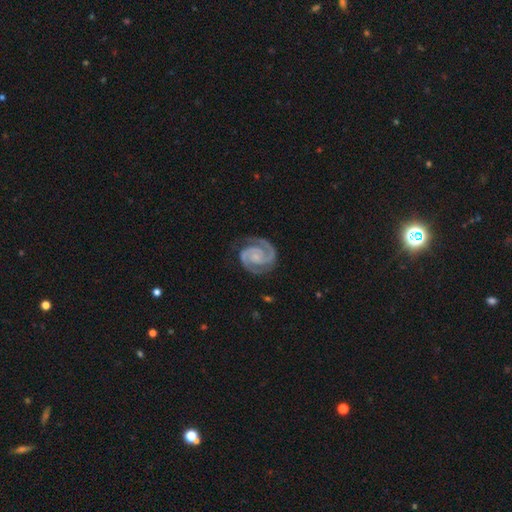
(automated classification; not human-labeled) A featured or disk galaxy (93%) with no bar (62%), 2 (93%) tight (58%) spiral arms (99%) and a small central bulge (61%).

Vote fractions:
- Smooth or featured? featured or disk: 93% / star or artifact: 4% / smooth: 3%
- Edge-on disk? no: 99% / yes: 1%
- Bar? no: 62% / weak: 29% / strong: 9%
- Spiral arms? yes: 99% / no: 1%
- Spiral winding? tight: 58% / medium: 38% / loose: 4%
- Spiral arm count? 2: 93% / 3: 2% / can't tell: 2% / 1: 1% / 4: 1% / more than 4: 1%
- Bulge size? small: 61% / none: 19% / moderate: 18% / large: 1% / dominant: 1%
- Merging? none: 81% / minor disturbance: 14% / major disturbance: 4% / merger: 1%